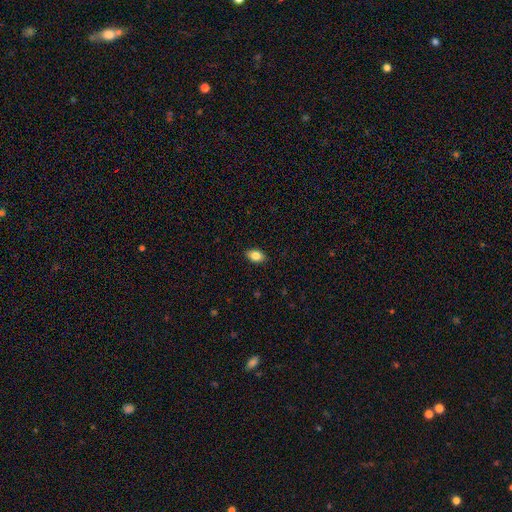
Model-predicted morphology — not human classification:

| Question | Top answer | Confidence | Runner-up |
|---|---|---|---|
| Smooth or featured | smooth | 84% | star or artifact (8%) |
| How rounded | in between | 85% | round (14%) |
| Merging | none | 88% | minor disturbance (10%) |